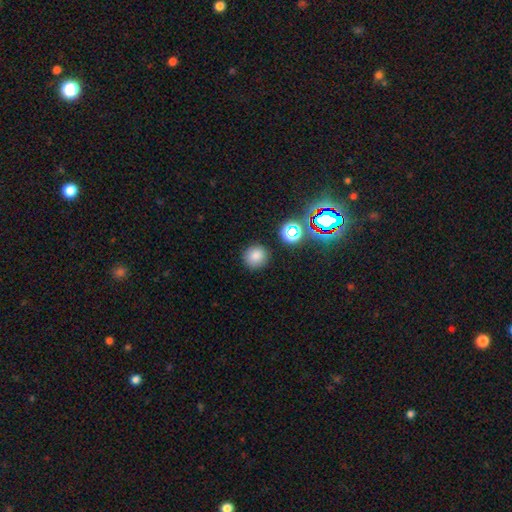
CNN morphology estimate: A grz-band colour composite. It shows a smooth galaxy with no disk features (79%) that is round (91%). Merging: none (88%).